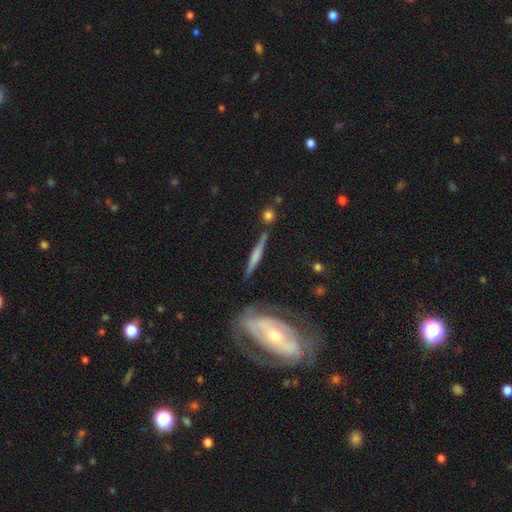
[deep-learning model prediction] The model was most divided on "edge-on bulge": none: 45%, rounded: 36%, boxy: 19%. More confident: edge-on disk — yes (93%); merging — none (74%); smooth or featured — featured or disk (55%).